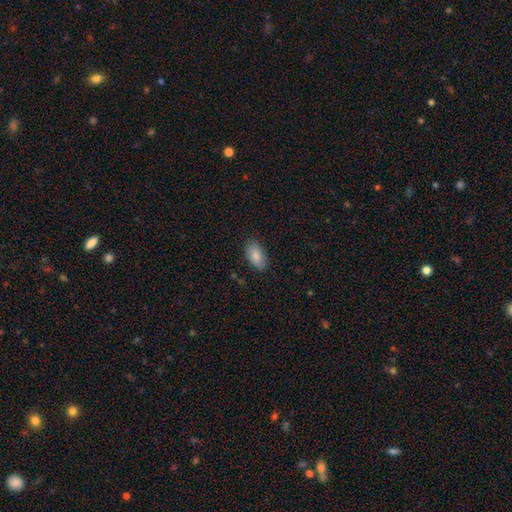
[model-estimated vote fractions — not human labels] This is clearly a smooth galaxy (85%). How rounded: clearly in between (93%). Merging: clearly none (83%).